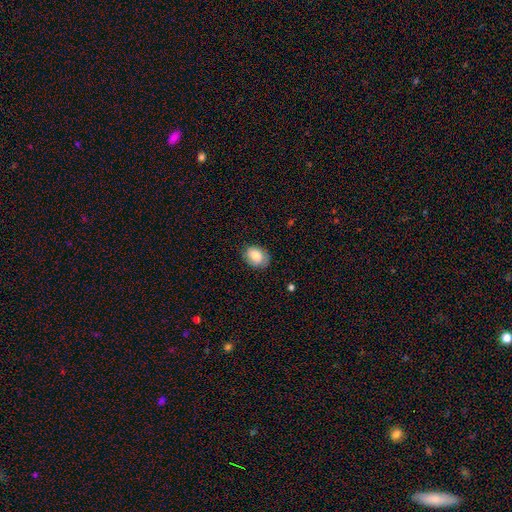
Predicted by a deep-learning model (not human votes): Smooth or featured?
  - smooth: 81% *
  - featured or disk: 12%
  - star or artifact: 7%
How rounded?
  - in between: 64% *
  - round: 35%
  - cigar-shaped: 1%
Merging?
  - none: 75% *
  - minor disturbance: 19%
  - major disturbance: 4%
  - merger: 1%